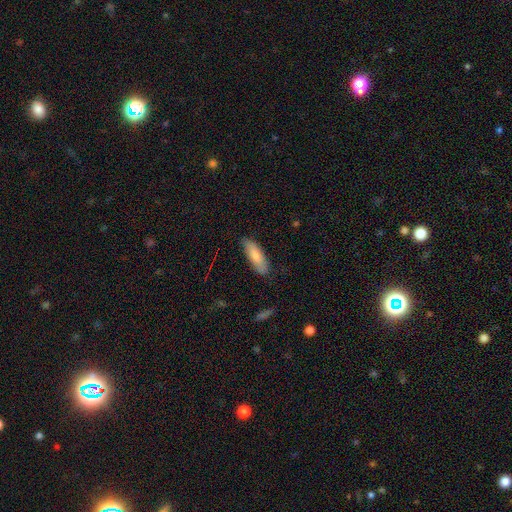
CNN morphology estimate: Smooth or featured? smooth (83%)
How rounded? in between (57%)
Merging? none (79%)